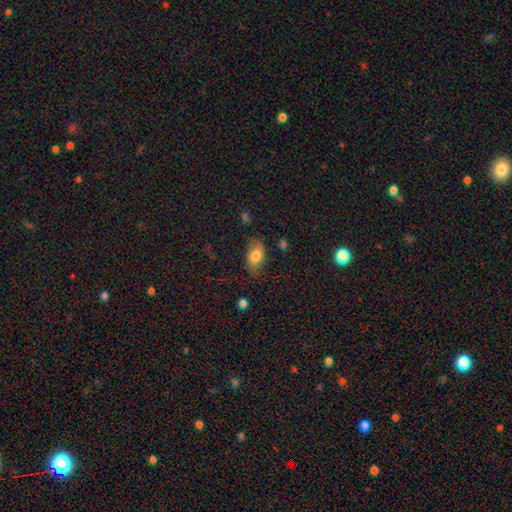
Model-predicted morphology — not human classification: Smooth or featured? Predicted: smooth (p=0.75). How rounded? Predicted: in between (p=0.90). Merging? Predicted: none (p=0.73).